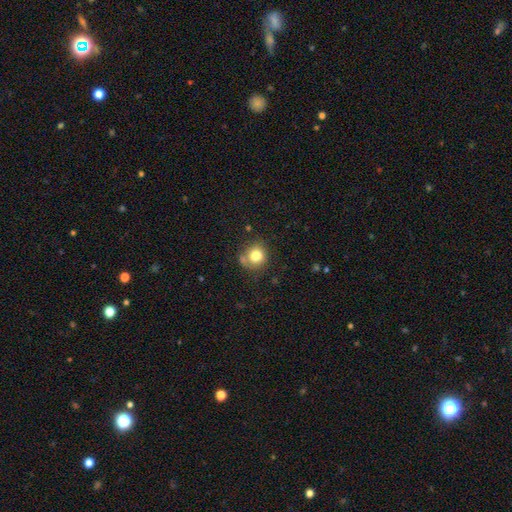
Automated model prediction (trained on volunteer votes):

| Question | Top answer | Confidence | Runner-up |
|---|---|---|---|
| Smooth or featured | smooth | 80% | star or artifact (11%) |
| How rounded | round | 85% | in between (14%) |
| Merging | none | 68% | minor disturbance (16%) |